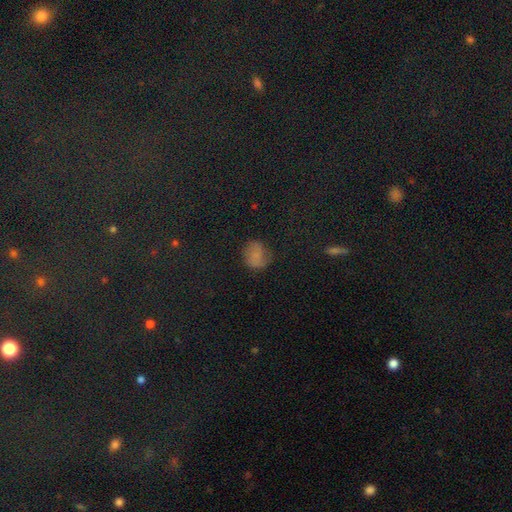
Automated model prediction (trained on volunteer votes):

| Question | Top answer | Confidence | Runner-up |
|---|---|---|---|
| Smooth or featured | smooth | 64% | star or artifact (19%) |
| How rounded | round | 65% | in between (34%) |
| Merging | none | 63% | minor disturbance (24%) |